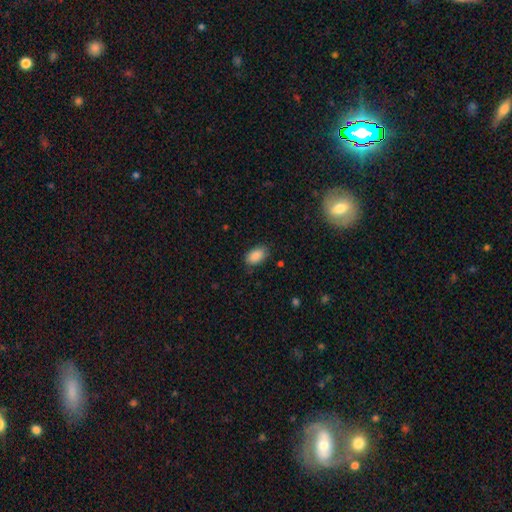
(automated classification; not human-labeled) Smooth or featured? Predicted: smooth (p=0.88). How rounded? Predicted: in between (p=0.92). Merging? Predicted: none (p=0.79).